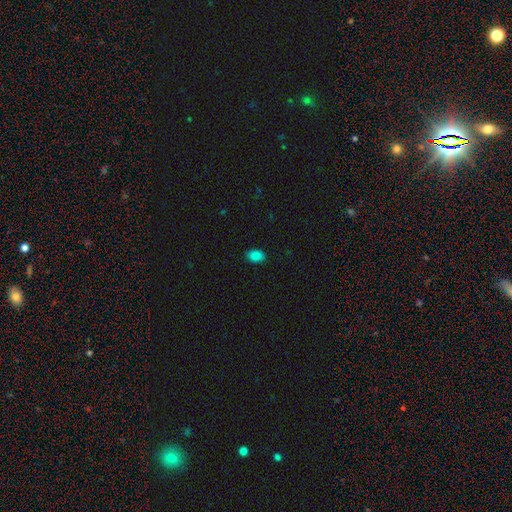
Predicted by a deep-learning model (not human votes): smooth_or_featured: smooth (p=0.86) [alt: star or artifact p=0.10]
how_rounded: in between (p=0.86) [alt: round p=0.13]
merging: none (p=0.88) [alt: minor disturbance p=0.09]